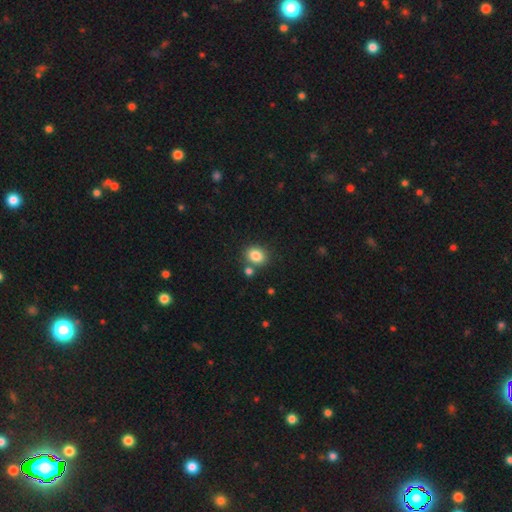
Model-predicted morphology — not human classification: type=smooth (84%); roundness=round (56%); merging=none (73%).